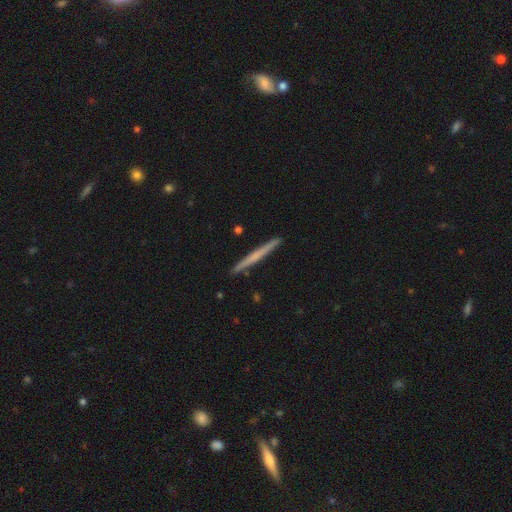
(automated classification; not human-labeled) Smooth or featured?
  - featured or disk: 53% *
  - smooth: 42%
  - star or artifact: 5%
Edge-on disk?
  - yes: 98% *
  - no: 2%
Edge-on bulge?
  - none: 72% *
  - rounded: 22%
  - boxy: 6%
Merging?
  - none: 91% *
  - minor disturbance: 6%
  - merger: 1%
  - major disturbance: 1%